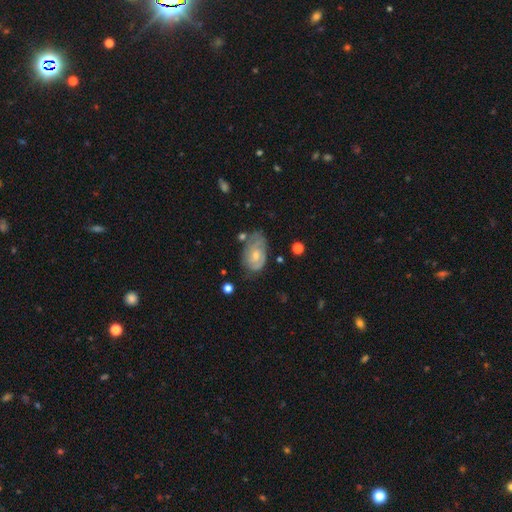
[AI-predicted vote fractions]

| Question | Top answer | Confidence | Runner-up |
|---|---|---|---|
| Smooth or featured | featured or disk | 59% | smooth (34%) |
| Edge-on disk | no | 95% | yes (5%) |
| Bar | no | 69% | weak (28%) |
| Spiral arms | yes | 73% | no (27%) |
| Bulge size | moderate | 48% | small (44%) |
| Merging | none | 52% | minor disturbance (30%) |